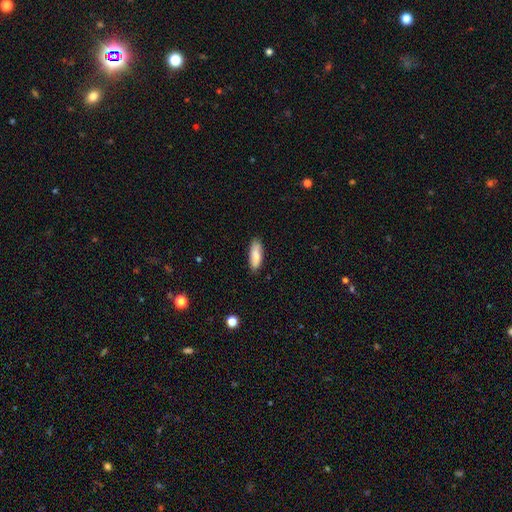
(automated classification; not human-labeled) Smooth or featured? smooth (84%)
How rounded? in between (64%)
Merging? none (84%)